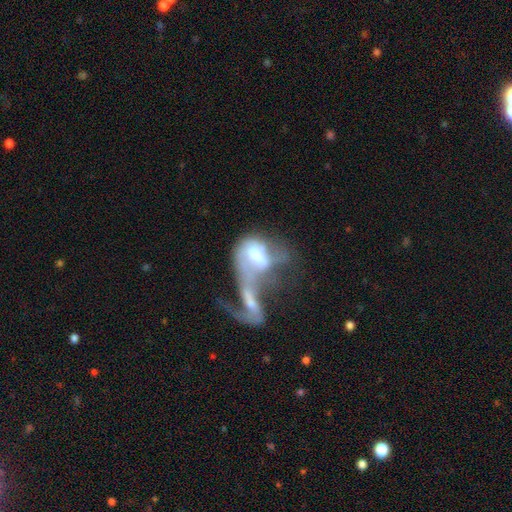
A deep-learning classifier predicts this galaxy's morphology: The model was most divided on "spiral arms": no: 55%, yes: 45%. More confident: edge-on disk — no (94%); merging — merger (70%); smooth or featured — featured or disk (57%); bar — no (51%); bulge size — moderate (50%).